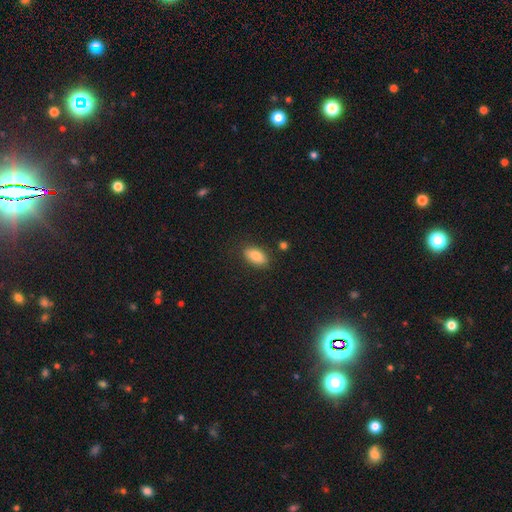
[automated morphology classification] smooth 86%, star or artifact 7%, featured or disk 7%. Down the decision tree: how rounded — in between (90%); merging — none (83%).